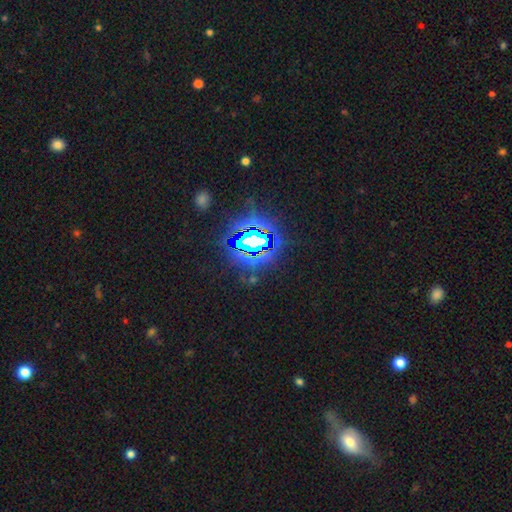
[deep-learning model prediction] A star or artifact, not a galaxy (84%).

Vote fractions:
- Smooth or featured? star or artifact: 84% / smooth: 9% / featured or disk: 7%